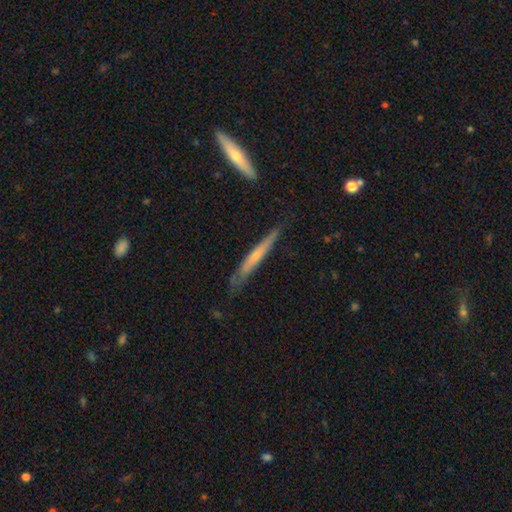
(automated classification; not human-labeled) featured or disk 51%, smooth 43%, star or artifact 6%. Down the decision tree: edge-on disk — yes (91%); merging — none (71%).